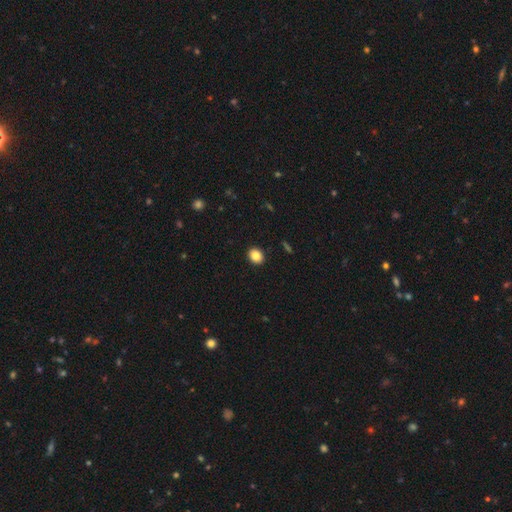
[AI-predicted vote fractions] Overall: smooth (85%). How rounded: round (63%; in between 36%). Merging: none (92%).